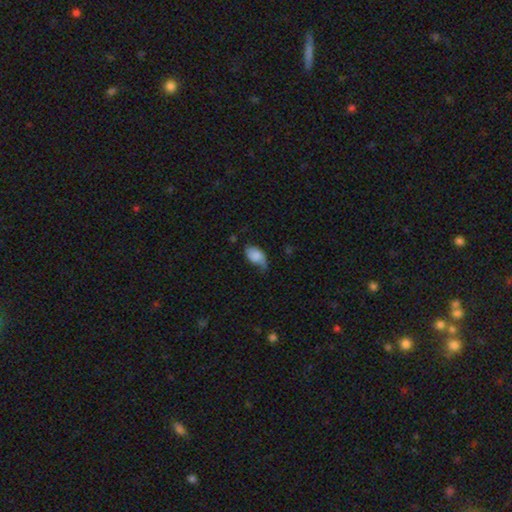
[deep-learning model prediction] Smooth or featured? smooth (67%)
How rounded? in between (91%)
Merging? minor disturbance (39%)